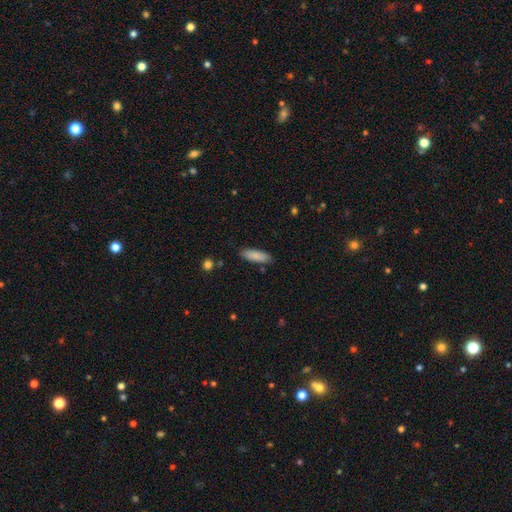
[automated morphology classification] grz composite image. It shows a smooth galaxy with no disk features (86%) that is in between round and cigar-shaped (56%). Merging: none (85%).